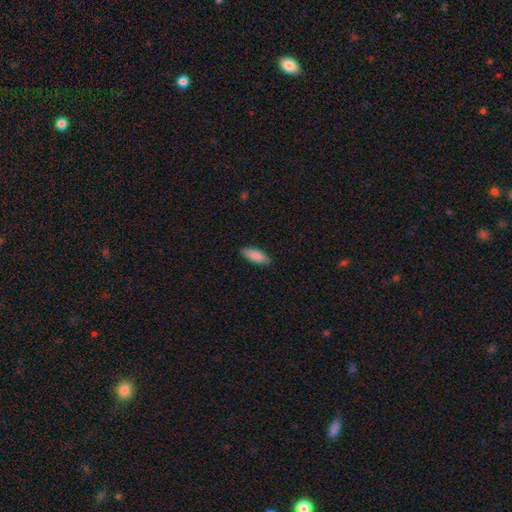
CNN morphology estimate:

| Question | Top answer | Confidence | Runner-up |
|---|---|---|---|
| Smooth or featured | smooth | 86% | featured or disk (8%) |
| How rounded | in between | 77% | cigar-shaped (21%) |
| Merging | none | 87% | minor disturbance (10%) |